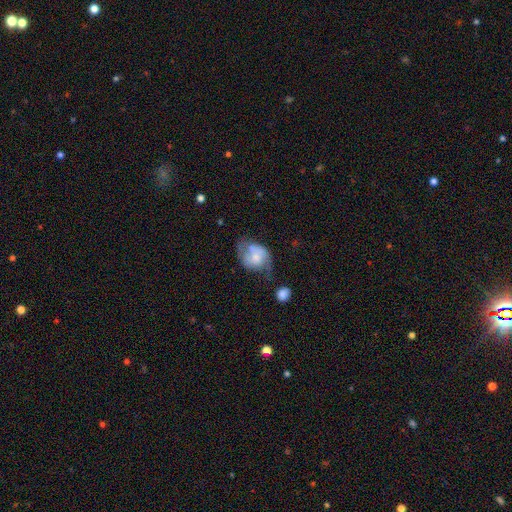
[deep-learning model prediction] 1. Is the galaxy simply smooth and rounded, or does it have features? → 59% featured or disk, 33% smooth, 7% star or artifact.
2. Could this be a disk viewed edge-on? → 97% no, 3% yes.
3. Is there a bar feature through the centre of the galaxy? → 69% no, 26% weak, 5% strong.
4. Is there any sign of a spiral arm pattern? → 83% yes, 17% no.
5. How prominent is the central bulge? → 46% small, 30% moderate, 13% none, 8% large, 3% dominant.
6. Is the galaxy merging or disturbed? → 40% none, 28% minor disturbance, 22% major disturbance, 9% merger.